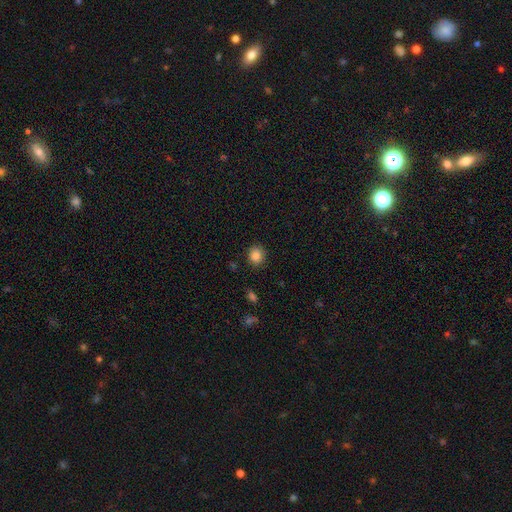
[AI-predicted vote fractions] smooth_or_featured: smooth (p=0.85) [alt: star or artifact p=0.10]
how_rounded: round (p=0.83) [alt: in between p=0.16]
merging: none (p=0.89) [alt: minor disturbance p=0.08]